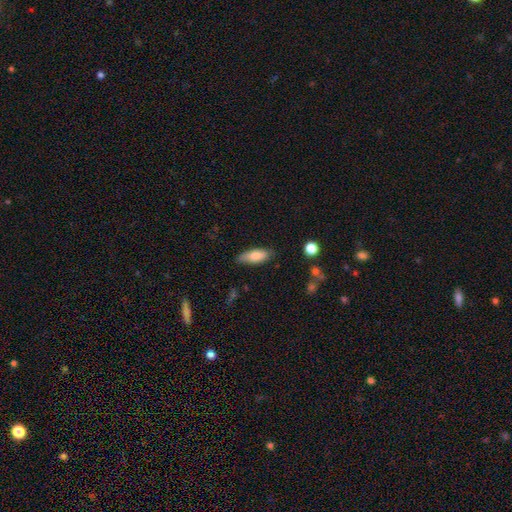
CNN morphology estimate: Smooth or featured: smooth — 80% (featured or disk — 13%)
How rounded: in between — 75% (cigar-shaped — 23%)
Merging: none — 76% (minor disturbance — 19%)